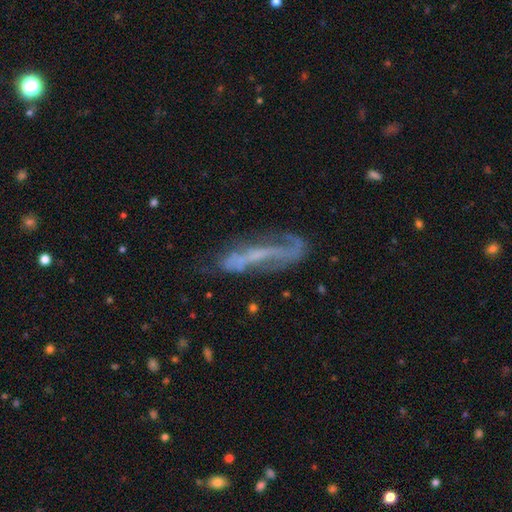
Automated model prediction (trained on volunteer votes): Q: Smooth or featured?
A: featured or disk (68%); runner-up: smooth (22%)
Q: Edge-on disk?
A: no (64%); runner-up: yes (36%)
Q: Merging?
A: none (54%); runner-up: minor disturbance (23%)